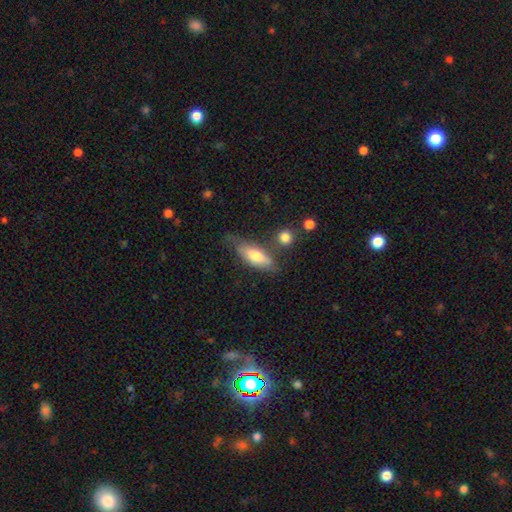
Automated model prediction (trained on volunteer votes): The model was most divided on "merging": none: 52%, minor disturbance: 28%, major disturbance: 11%, merger: 9%. More confident: how rounded — in between (67%); smooth or featured — smooth (64%).